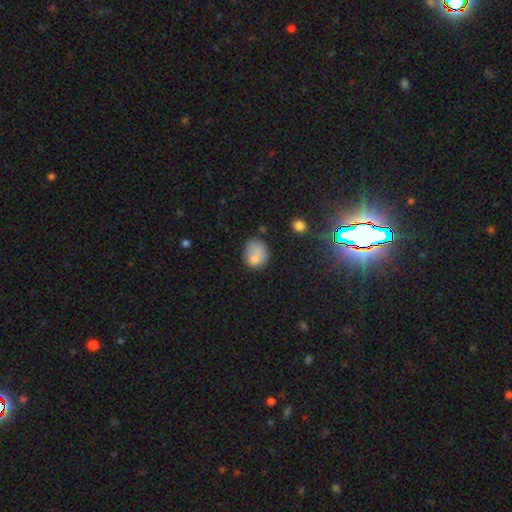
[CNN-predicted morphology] smooth_or_featured: smooth (p=0.76) [alt: featured or disk p=0.14]
how_rounded: in between (p=0.50) [alt: round p=0.49]
merging: none (p=0.46) [alt: minor disturbance p=0.26]